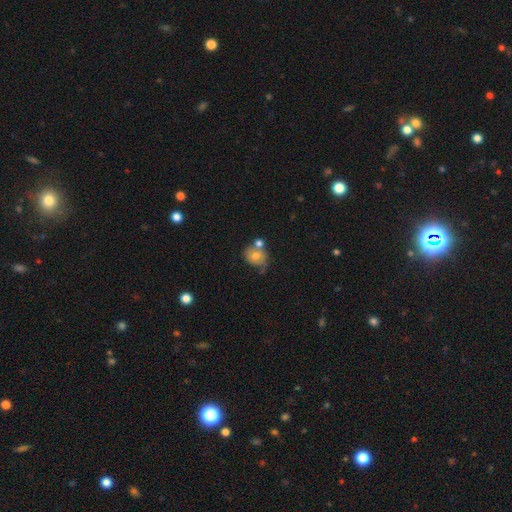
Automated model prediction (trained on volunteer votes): Smooth or featured: smooth — 57% (featured or disk — 33%)
How rounded: round — 67% (in between — 32%)
Merging: none — 42% (merger — 27%)